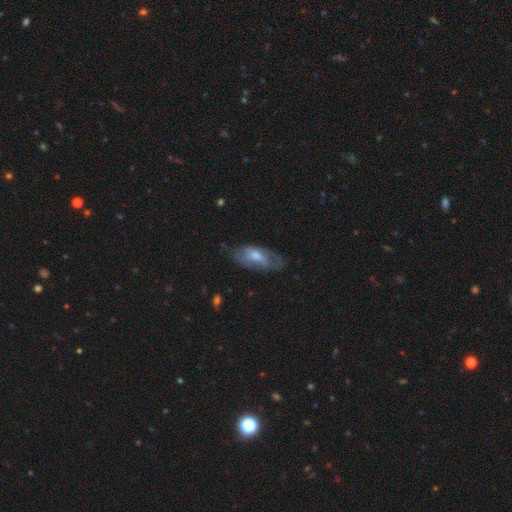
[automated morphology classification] Smooth or featured? featured or disk (48%)
Merging? none (49%)